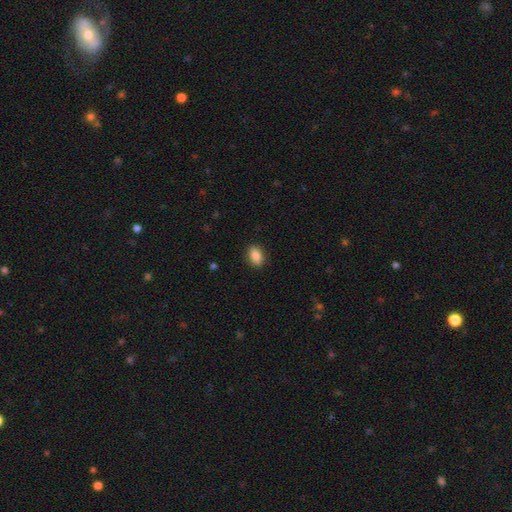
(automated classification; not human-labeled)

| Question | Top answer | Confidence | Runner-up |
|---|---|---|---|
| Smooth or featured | smooth | 86% | star or artifact (8%) |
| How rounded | in between | 82% | round (15%) |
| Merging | none | 88% | minor disturbance (9%) |